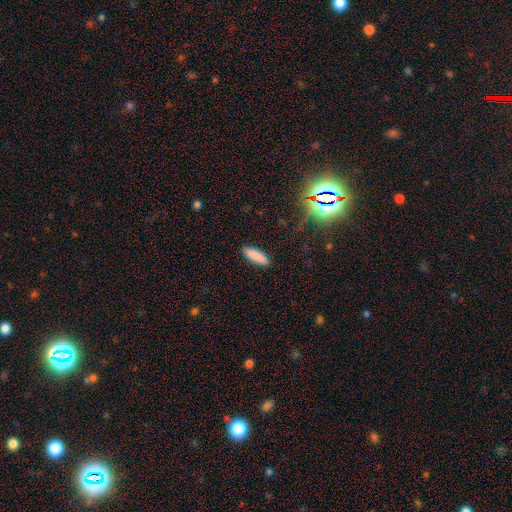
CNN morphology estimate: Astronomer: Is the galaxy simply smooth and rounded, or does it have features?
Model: smooth — 87%.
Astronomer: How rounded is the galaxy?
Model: in between — 51% (runner-up: cigar-shaped, 47%).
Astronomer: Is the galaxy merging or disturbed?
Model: none — 87%.